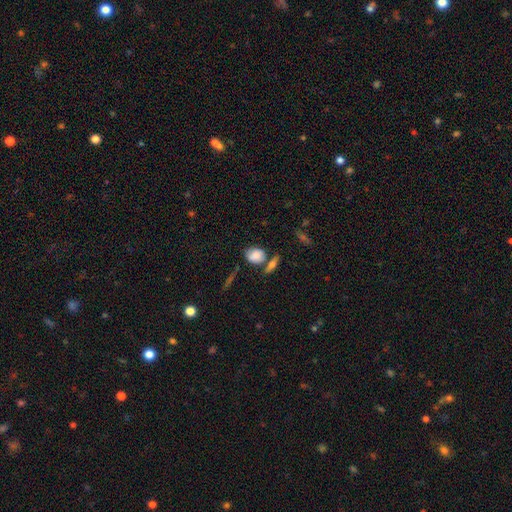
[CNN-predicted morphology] smooth_or_featured: smooth (p=0.79) [alt: featured or disk p=0.11]
how_rounded: round (p=0.51) [alt: in between p=0.46]
merging: none (p=0.56) [alt: merger p=0.19]